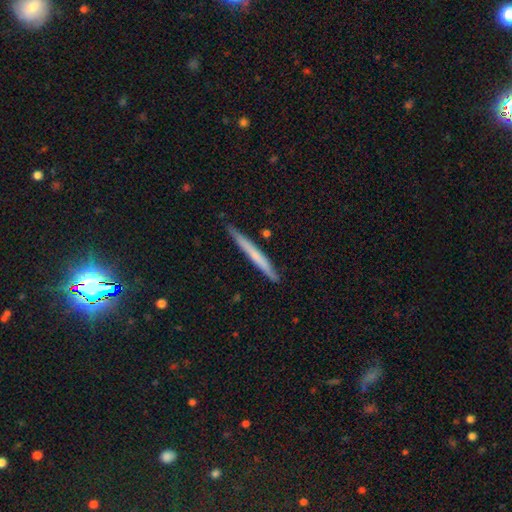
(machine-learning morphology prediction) Q: Smooth or featured?
A: smooth (57%); runner-up: featured or disk (38%)
Q: How rounded?
A: cigar-shaped (97%); runner-up: in between (2%)
Q: Merging?
A: none (87%); runner-up: minor disturbance (10%)